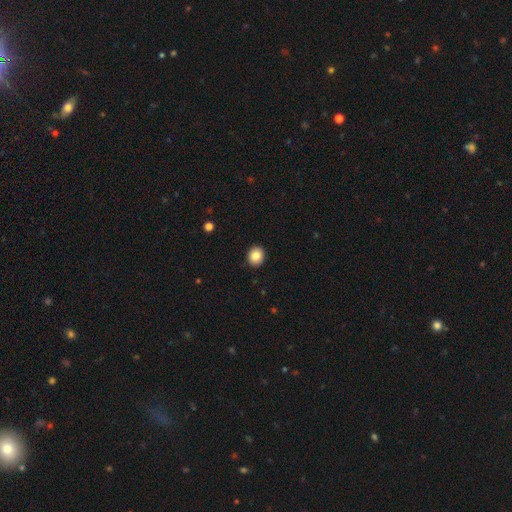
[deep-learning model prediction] smooth_or_featured: smooth (p=0.85) [alt: star or artifact p=0.09]
how_rounded: round (p=0.78) [alt: in between p=0.21]
merging: none (p=0.92) [alt: minor disturbance p=0.06]